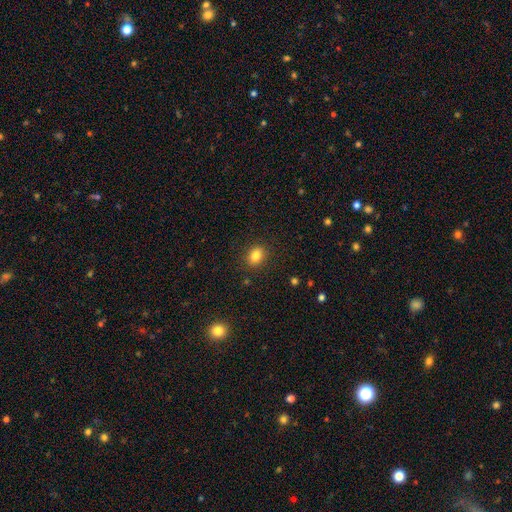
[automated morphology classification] A smooth galaxy with no disk features (84%) that is in between round and cigar-shaped (51%).

Vote fractions:
- Smooth or featured? smooth: 84% / star or artifact: 11% / featured or disk: 6%
- How rounded? in between: 51% / round: 48% / cigar-shaped: 1%
- Merging? none: 88% / minor disturbance: 8% / major disturbance: 3% / merger: 1%